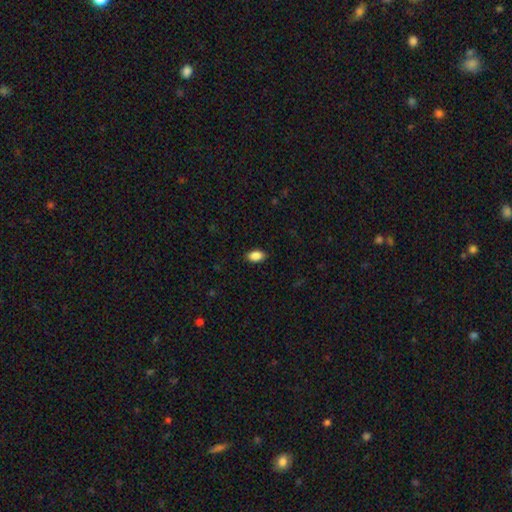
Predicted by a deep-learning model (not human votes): smooth_or_featured: smooth (p=0.88) [alt: star or artifact p=0.08]
how_rounded: in between (p=0.90) [alt: round p=0.08]
merging: none (p=0.87) [alt: minor disturbance p=0.10]